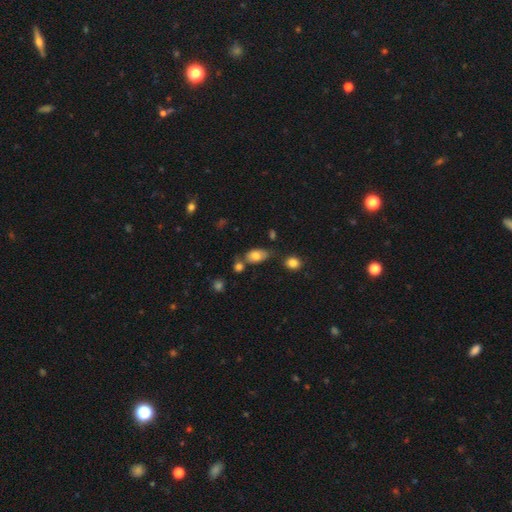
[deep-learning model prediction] A smooth galaxy with no disk features (77%) that is in between round and cigar-shaped (89%). Merging: none (58%).